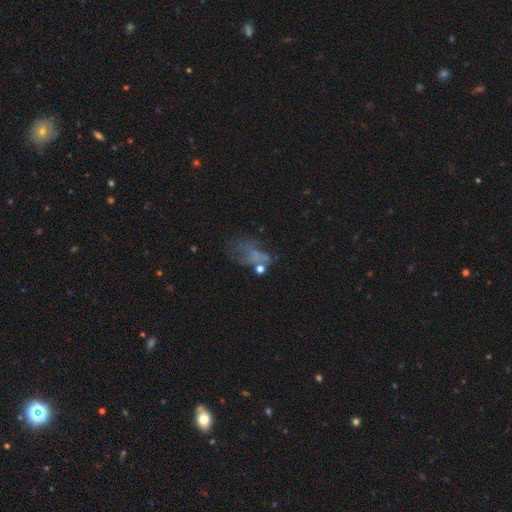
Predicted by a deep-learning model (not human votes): Smooth or featured? Predicted: featured or disk (p=0.40). Merging? Predicted: major disturbance (p=0.37).